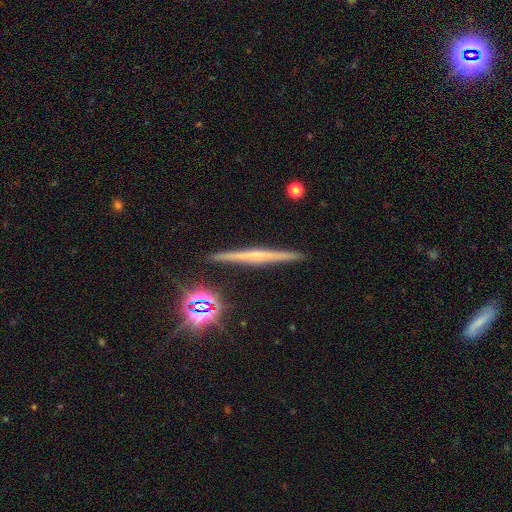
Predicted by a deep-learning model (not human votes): Overall: featured or disk (61%; smooth 26%). Edge-on disk: yes (98%). Edge-on bulge: none (56%; rounded 34%). Merging: none (91%).